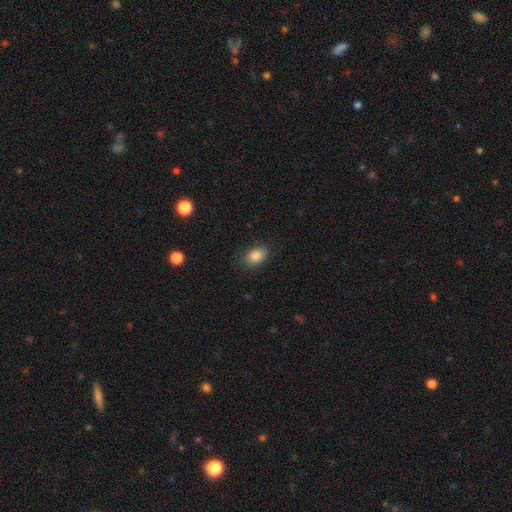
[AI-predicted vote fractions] A smooth galaxy with no disk features (85%) that is in between round and cigar-shaped (75%).

Vote fractions:
- Smooth or featured? smooth: 85% / star or artifact: 9% / featured or disk: 6%
- How rounded? in between: 75% / round: 23% / cigar-shaped: 1%
- Merging? none: 81% / minor disturbance: 14% / major disturbance: 4% / merger: 1%